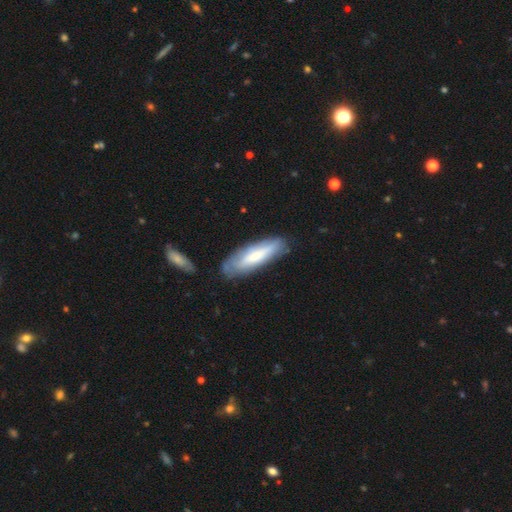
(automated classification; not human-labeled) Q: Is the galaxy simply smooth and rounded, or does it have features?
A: smooth — 59%.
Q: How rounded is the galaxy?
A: cigar-shaped — 64%.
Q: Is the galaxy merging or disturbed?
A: none — 75%.